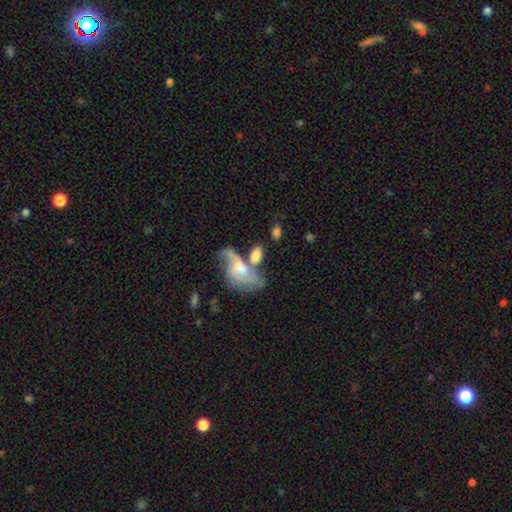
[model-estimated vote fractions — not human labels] Smooth or featured? Predicted: smooth (p=0.60). How rounded? Predicted: in between (p=0.87). Merging? Predicted: merger (p=0.47).